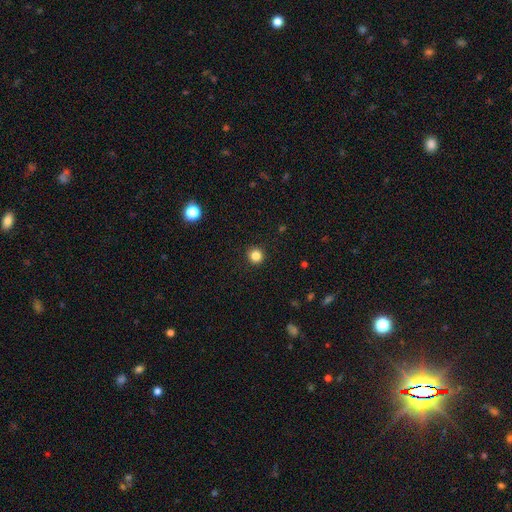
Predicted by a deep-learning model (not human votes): Smooth or featured: smooth — 84% (star or artifact — 12%)
How rounded: round — 94% (in between — 5%)
Merging: none — 93% (minor disturbance — 5%)